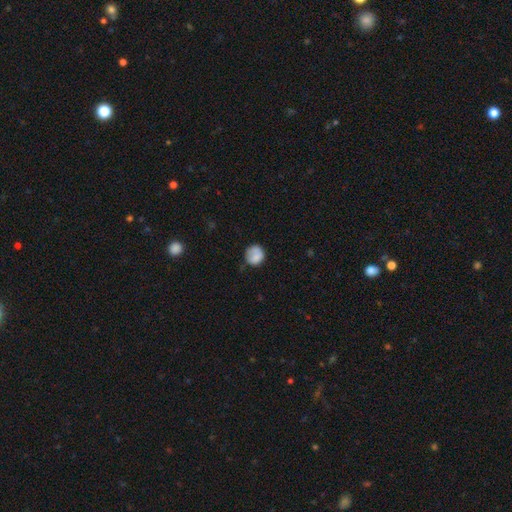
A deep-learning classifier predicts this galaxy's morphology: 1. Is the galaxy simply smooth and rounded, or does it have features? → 79% smooth, 12% featured or disk, 8% star or artifact.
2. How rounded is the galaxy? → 80% round, 19% in between, 1% cigar-shaped.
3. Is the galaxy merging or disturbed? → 63% none, 25% minor disturbance, 9% major disturbance, 3% merger.